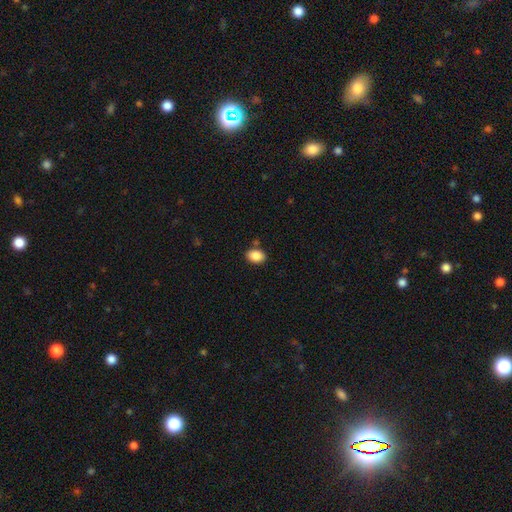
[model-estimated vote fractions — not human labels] This appears to be a smooth galaxy with no disk features (88%) that is in between round and cigar-shaped (77%). Merging: none (82%).